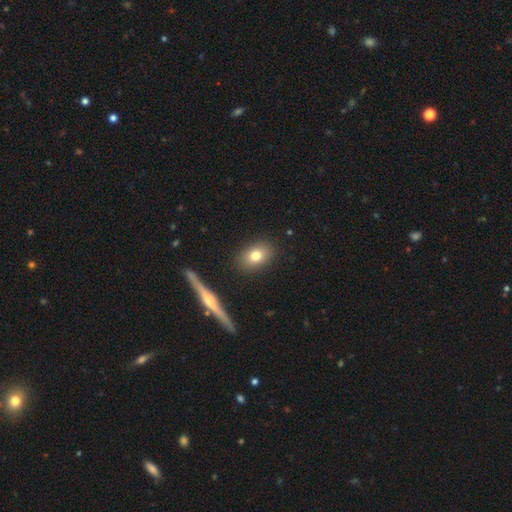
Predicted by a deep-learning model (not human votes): Overall: smooth (78%). How rounded: in between (68%; round 29%). Merging: none (86%).